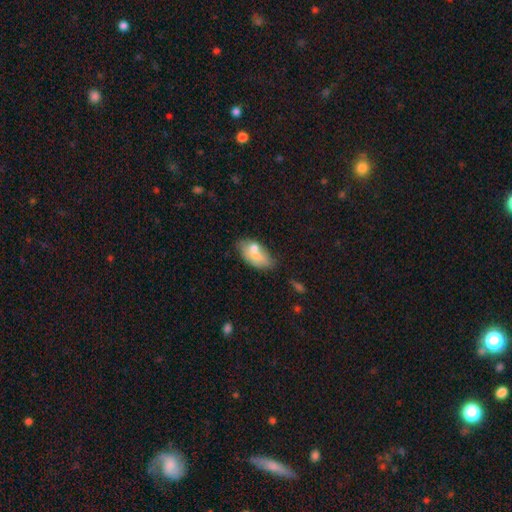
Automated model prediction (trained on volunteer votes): Smooth or featured: smooth — 65% (featured or disk — 26%)
How rounded: in between — 90% (round — 6%)
Merging: none — 41% (merger — 30%)